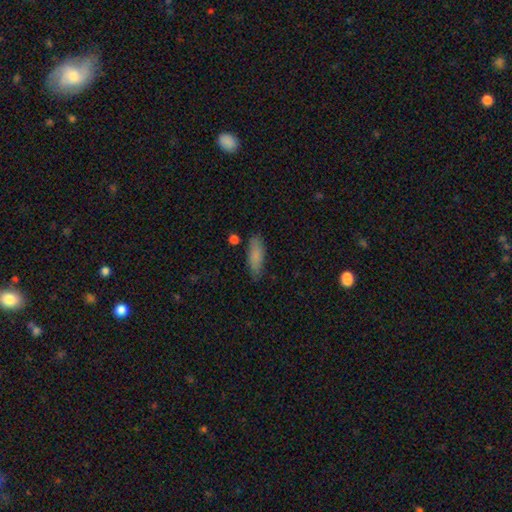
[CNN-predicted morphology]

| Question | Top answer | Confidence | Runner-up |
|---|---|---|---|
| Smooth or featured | smooth | 83% | featured or disk (10%) |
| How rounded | in between | 59% | cigar-shaped (39%) |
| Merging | none | 80% | minor disturbance (14%) |